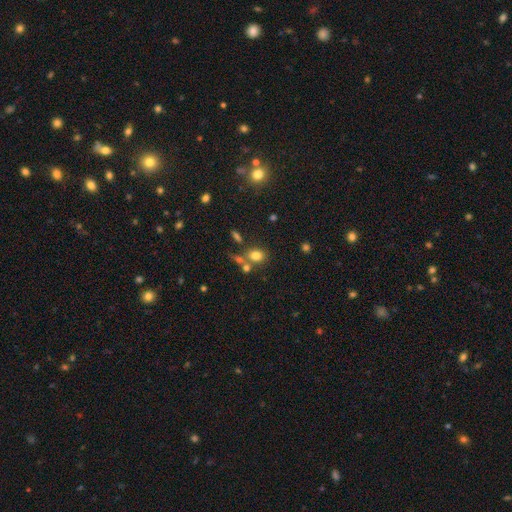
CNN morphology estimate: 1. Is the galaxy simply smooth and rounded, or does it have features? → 76% smooth, 14% star or artifact, 10% featured or disk.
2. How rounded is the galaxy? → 58% in between, 41% round, 1% cigar-shaped.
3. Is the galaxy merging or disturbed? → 58% none, 25% merger, 12% minor disturbance, 5% major disturbance.